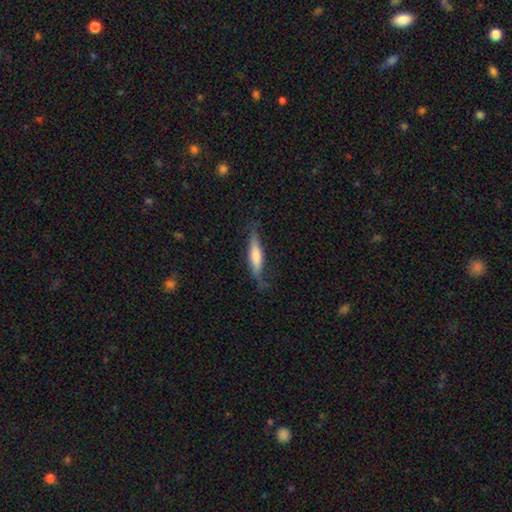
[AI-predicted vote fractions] A smooth galaxy with no disk features (54%) that is cigar-shaped (80%).

Vote fractions:
- Smooth or featured? smooth: 54% / featured or disk: 40% / star or artifact: 6%
- How rounded? cigar-shaped: 80% / in between: 18% / round: 2%
- Merging? none: 66% / minor disturbance: 25% / major disturbance: 8% / merger: 2%